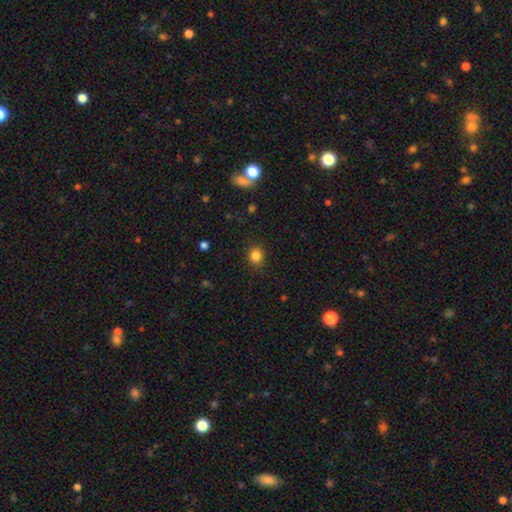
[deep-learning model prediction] smooth_or_featured: smooth (p=0.83) [alt: star or artifact p=0.12]
how_rounded: round (p=0.80) [alt: in between p=0.19]
merging: none (p=0.88) [alt: minor disturbance p=0.09]